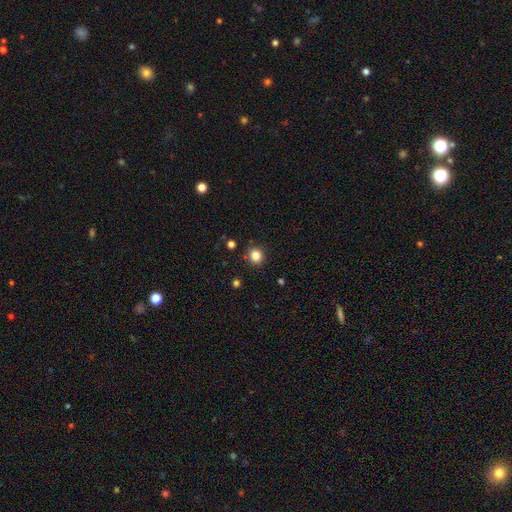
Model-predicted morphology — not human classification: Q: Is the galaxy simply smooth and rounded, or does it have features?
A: smooth — 83%.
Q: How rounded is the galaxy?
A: round — 86%.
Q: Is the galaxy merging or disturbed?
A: none — 88%.